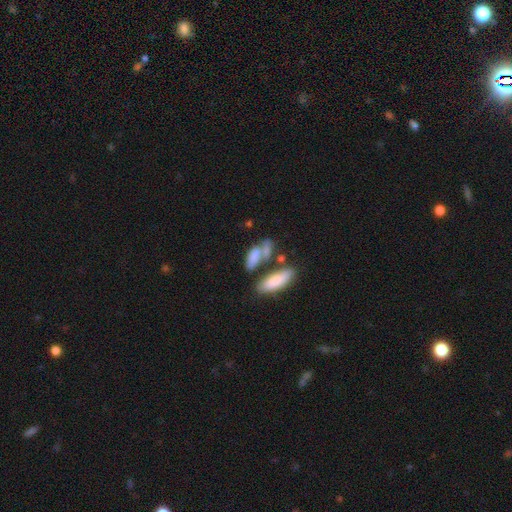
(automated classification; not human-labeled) Q: Smooth or featured?
A: smooth (76%); runner-up: featured or disk (17%)
Q: How rounded?
A: in between (71%); runner-up: cigar-shaped (25%)
Q: Merging?
A: none (39%); runner-up: merger (37%)